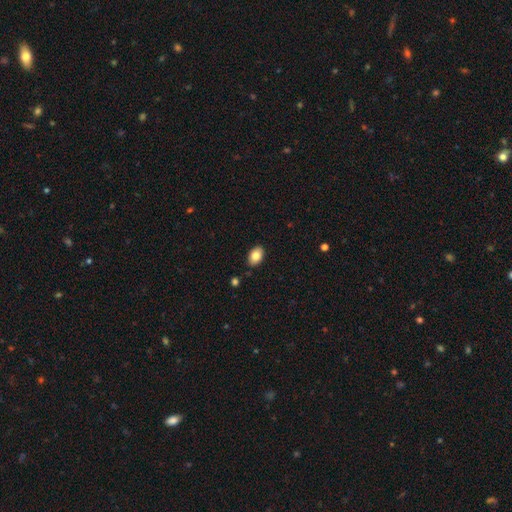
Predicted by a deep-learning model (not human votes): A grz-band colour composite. It shows a smooth galaxy with no disk features (83%) that is in between round and cigar-shaped (87%). Merging: none (87%).